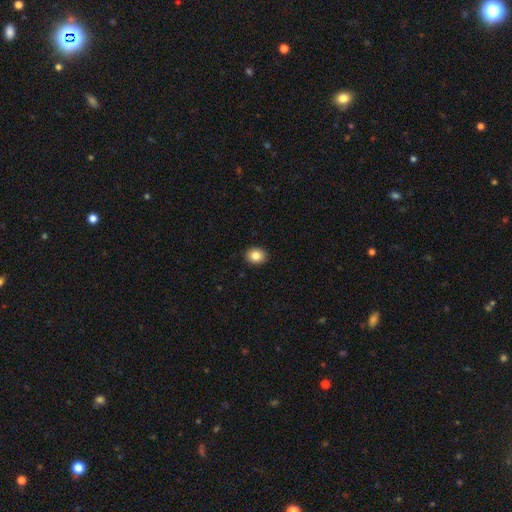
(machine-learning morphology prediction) Q: Smooth or featured?
A: smooth (84%); runner-up: star or artifact (9%)
Q: How rounded?
A: in between (50%); runner-up: round (49%)
Q: Merging?
A: none (91%); runner-up: minor disturbance (6%)